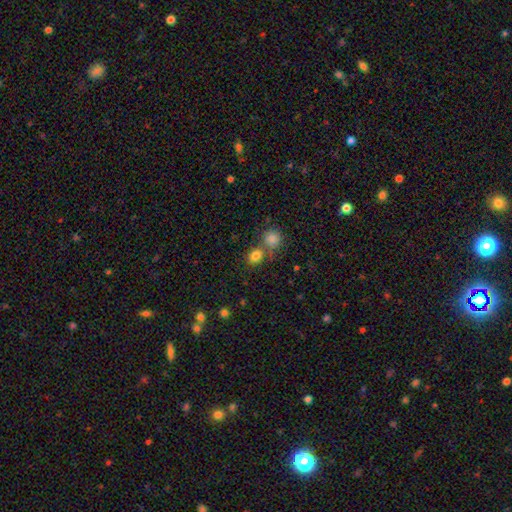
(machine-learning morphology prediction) A smooth galaxy with no disk features (82%) that is round (61%).

Vote fractions:
- Smooth or featured? smooth: 82% / star or artifact: 12% / featured or disk: 6%
- How rounded? round: 61% / in between: 38% / cigar-shaped: 1%
- Merging? none: 57% / merger: 30% / minor disturbance: 9% / major disturbance: 4%